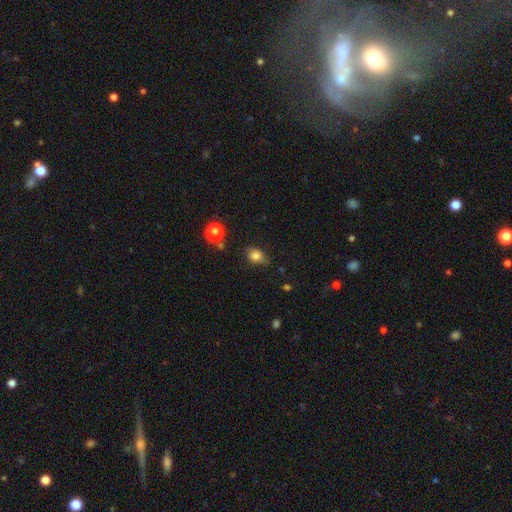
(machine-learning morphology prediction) Smooth or featured?
  - smooth: 82% *
  - star or artifact: 11%
  - featured or disk: 7%
How rounded?
  - in between: 49% * (tied)
  - round: 49% * (tied)
  - cigar-shaped: 1%
Merging?
  - none: 69% *
  - minor disturbance: 23%
  - major disturbance: 5%
  - merger: 3%